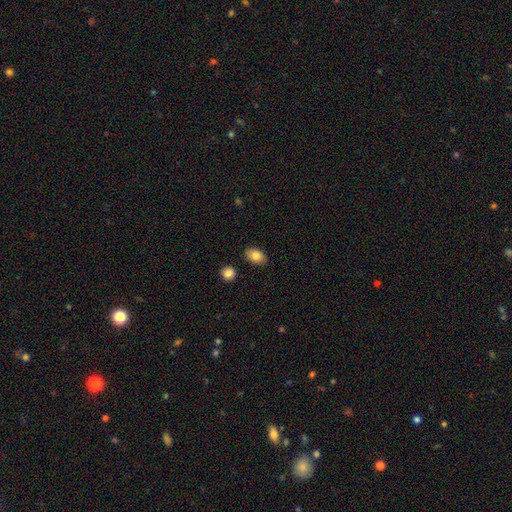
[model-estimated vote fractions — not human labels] Smooth or featured?
  - smooth: 83% *
  - featured or disk: 9%
  - star or artifact: 8%
How rounded?
  - in between: 86% *
  - round: 13%
  - cigar-shaped: 1%
Merging?
  - none: 87% *
  - minor disturbance: 9%
  - merger: 2%
  - major disturbance: 2%